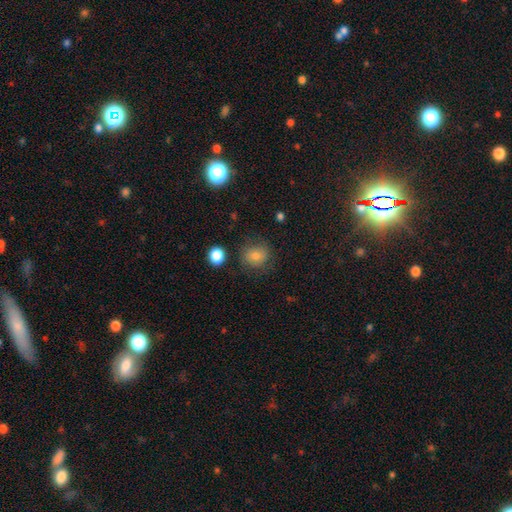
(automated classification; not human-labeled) smooth_or_featured: smooth (p=0.77) [alt: featured or disk p=0.12]
how_rounded: round (p=0.78) [alt: in between p=0.21]
merging: none (p=0.75) [alt: minor disturbance p=0.16]